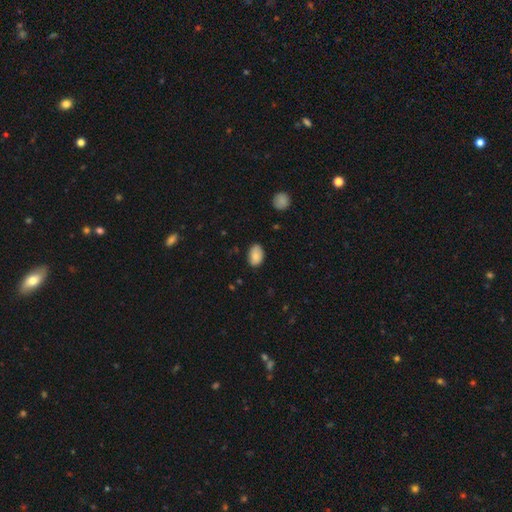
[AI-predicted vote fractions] Q: Smooth or featured?
A: smooth (86%); runner-up: star or artifact (7%)
Q: How rounded?
A: in between (90%); runner-up: round (9%)
Q: Merging?
A: none (82%); runner-up: minor disturbance (14%)